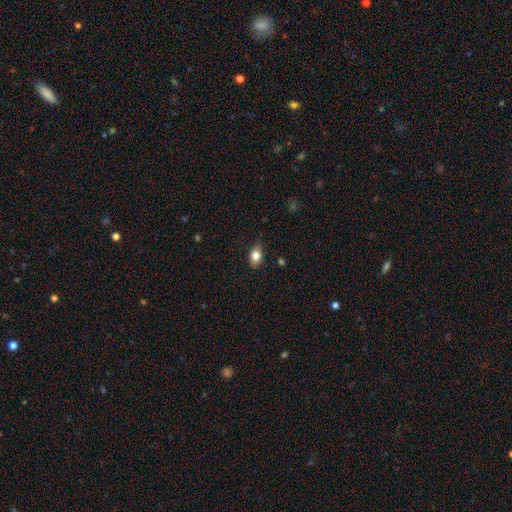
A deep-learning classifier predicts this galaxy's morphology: This is clearly a smooth galaxy (81%). How rounded: likely in between (77%). Merging: clearly none (81%).